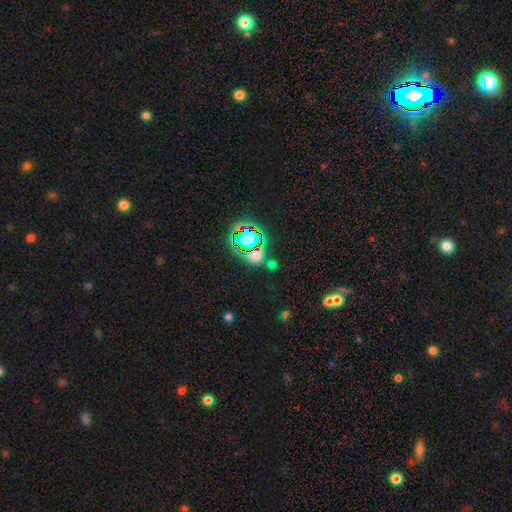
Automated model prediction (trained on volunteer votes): Smooth or featured?
  - star or artifact: 54% *
  - smooth: 37%
  - featured or disk: 9%